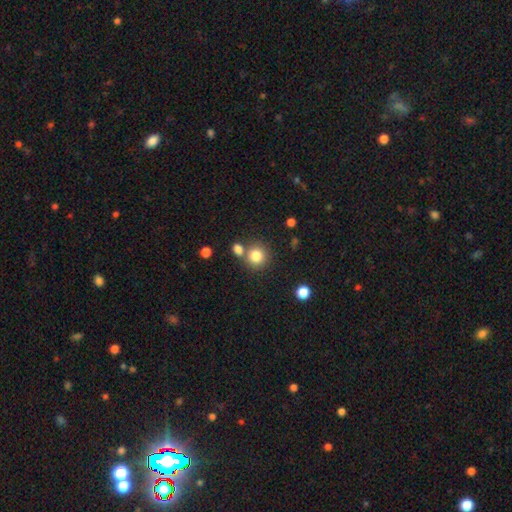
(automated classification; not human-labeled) Smooth or featured?
  - smooth: 82% *
  - star or artifact: 11%
  - featured or disk: 7%
How rounded?
  - round: 90% *
  - in between: 9%
  - cigar-shaped: 1%
Merging?
  - none: 67% *
  - merger: 21%
  - minor disturbance: 8%
  - major disturbance: 3%